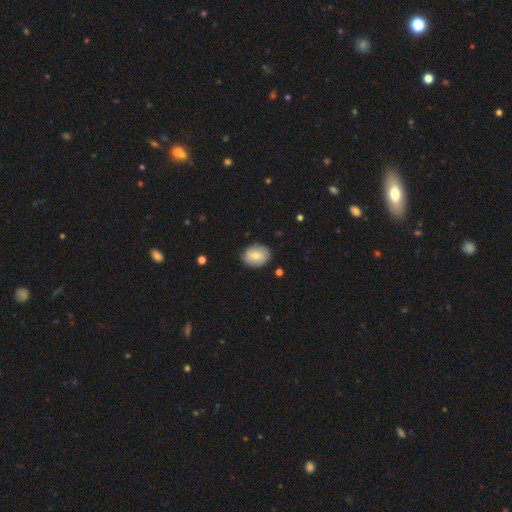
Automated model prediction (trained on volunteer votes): Smooth or featured? Predicted: smooth (p=0.62). How rounded? Predicted: in between (p=0.63). Merging? Predicted: none (p=0.83).